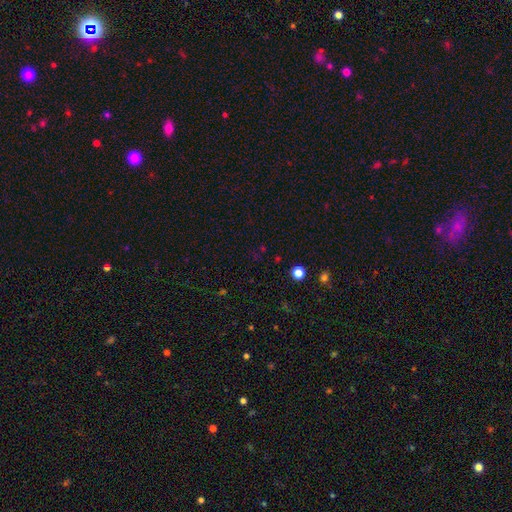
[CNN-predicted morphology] Overall: star or artifact (57%; smooth 35%).